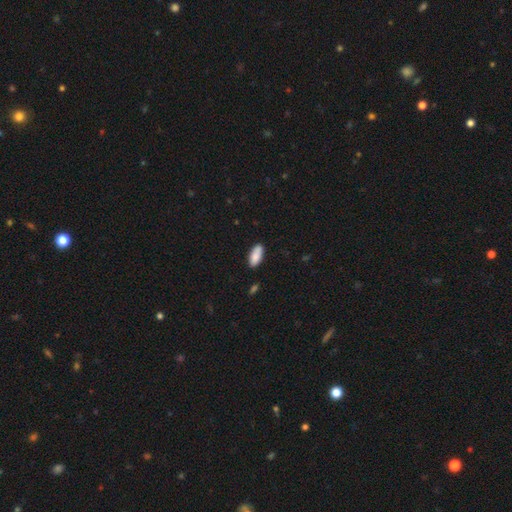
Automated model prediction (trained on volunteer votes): Smooth or featured: smooth — 86% (featured or disk — 8%)
How rounded: in between — 85% (cigar-shaped — 13%)
Merging: none — 84% (minor disturbance — 12%)